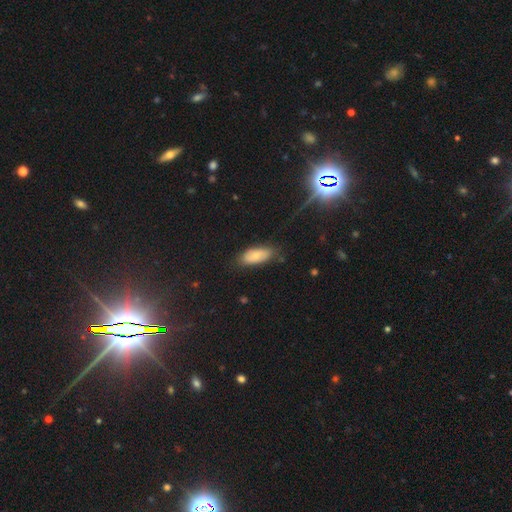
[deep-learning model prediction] Smooth or featured?
  - smooth: 74% *
  - featured or disk: 19%
  - star or artifact: 8%
How rounded?
  - in between: 85% *
  - cigar-shaped: 12%
  - round: 3%
Merging?
  - none: 74% *
  - minor disturbance: 19%
  - major disturbance: 5%
  - merger: 2%